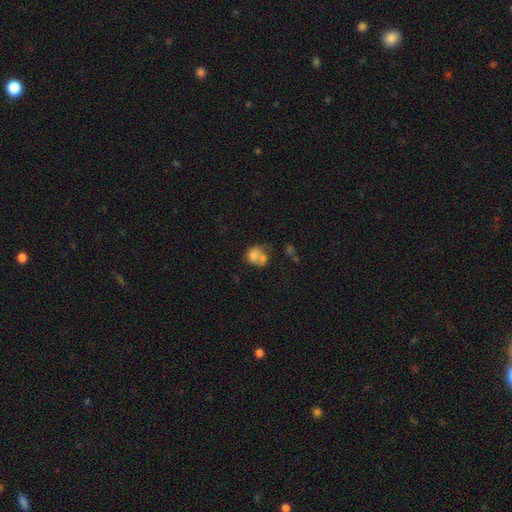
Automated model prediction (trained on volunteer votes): This is likely a smooth galaxy (71%). How rounded: possibly round (59%). Merging: possibly merger (51%).